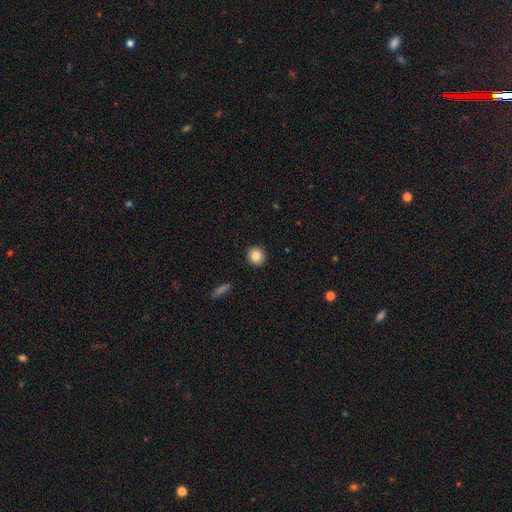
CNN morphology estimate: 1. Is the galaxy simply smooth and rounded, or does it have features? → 84% smooth, 9% star or artifact, 7% featured or disk.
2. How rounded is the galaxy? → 91% round, 8% in between, 1% cigar-shaped.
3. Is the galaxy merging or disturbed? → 92% none, 5% minor disturbance, 2% major disturbance, 1% merger.